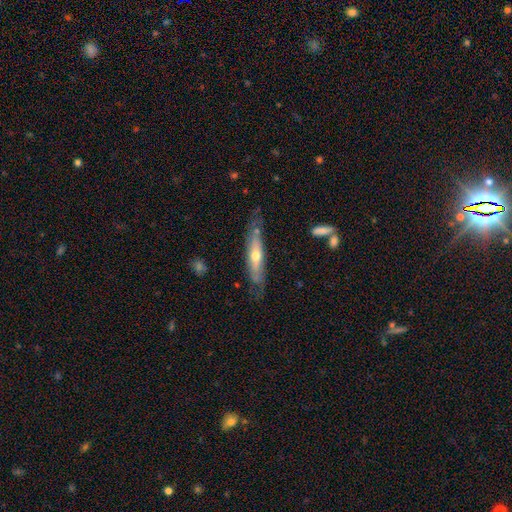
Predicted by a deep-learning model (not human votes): Smooth or featured?
  - featured or disk: 58% *
  - smooth: 36%
  - star or artifact: 6%
Edge-on disk?
  - yes: 71% *
  - no: 29%
Merging?
  - none: 69% *
  - minor disturbance: 22%
  - major disturbance: 6%
  - merger: 3%